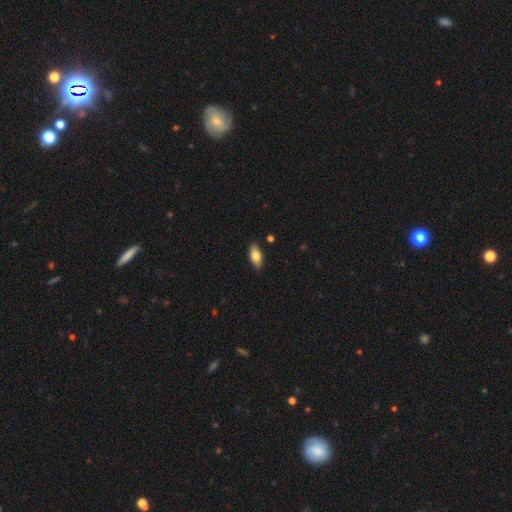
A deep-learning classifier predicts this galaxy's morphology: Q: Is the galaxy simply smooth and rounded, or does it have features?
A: smooth — 78%.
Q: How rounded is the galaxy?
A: in between — 89%.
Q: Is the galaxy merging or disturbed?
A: none — 88%.